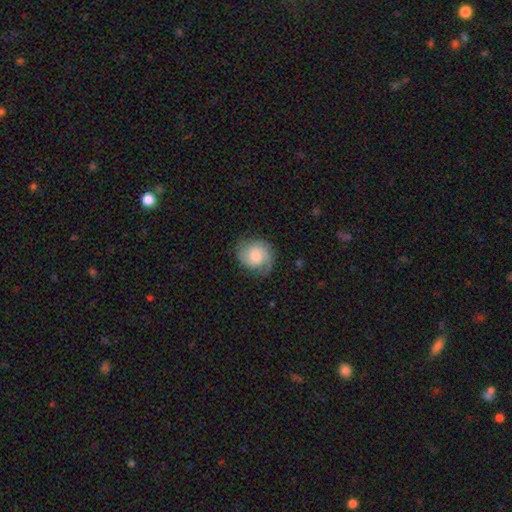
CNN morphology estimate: This is possibly a featured or disk galaxy (50%). Merging: likely none (68%).